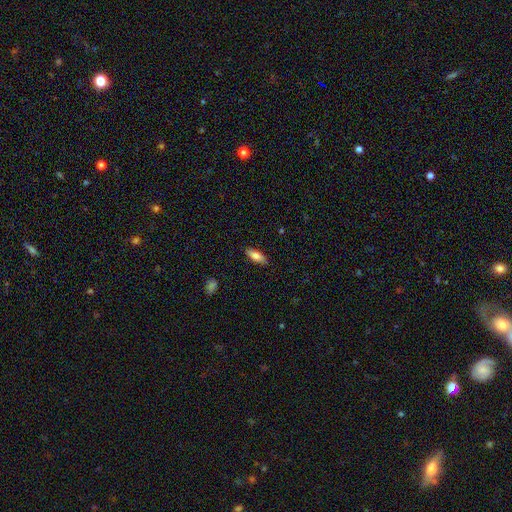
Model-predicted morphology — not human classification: Smooth or featured? smooth (77%)
How rounded? in between (67%)
Merging? none (87%)